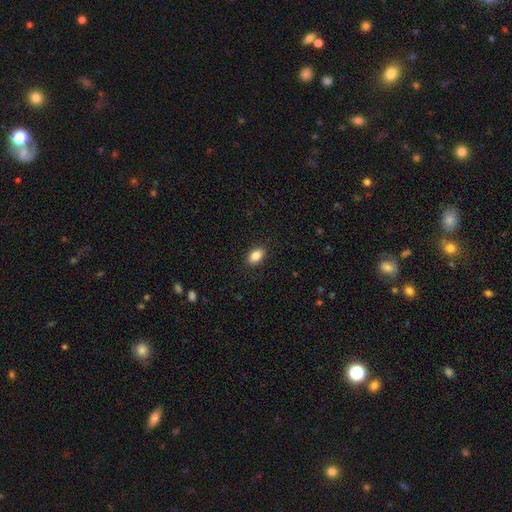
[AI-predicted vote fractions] This is clearly a smooth galaxy (87%). How rounded: clearly in between (90%). Merging: clearly none (89%).